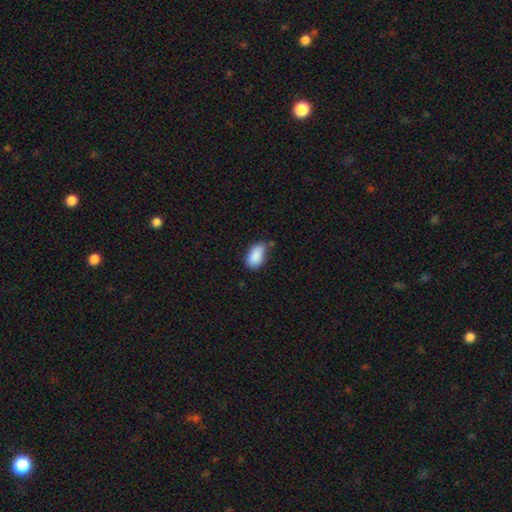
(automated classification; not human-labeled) This appears to be a smooth galaxy with no disk features (88%) that is in between round and cigar-shaped (93%). Merging: none (54%).